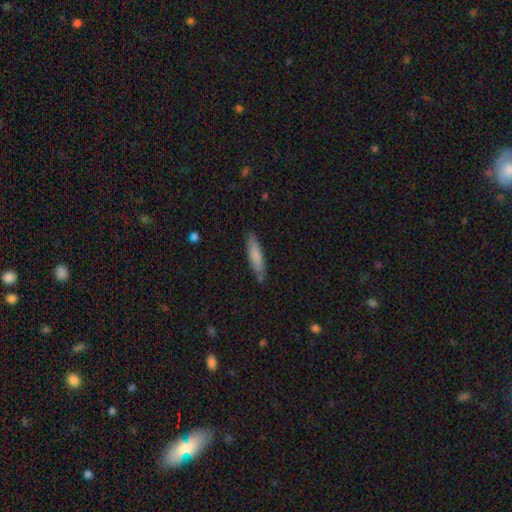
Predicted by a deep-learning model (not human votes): Q: Smooth or featured?
A: smooth (78%); runner-up: featured or disk (16%)
Q: How rounded?
A: cigar-shaped (77%); runner-up: in between (22%)
Q: Merging?
A: none (80%); runner-up: minor disturbance (15%)